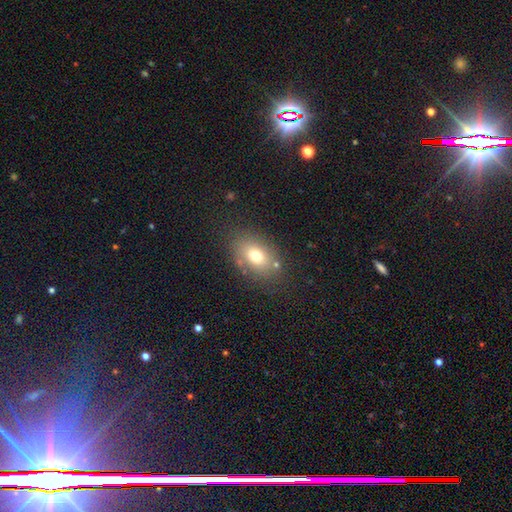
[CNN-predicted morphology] Overall: smooth (73%). How rounded: in between (78%). Merging: none (77%).